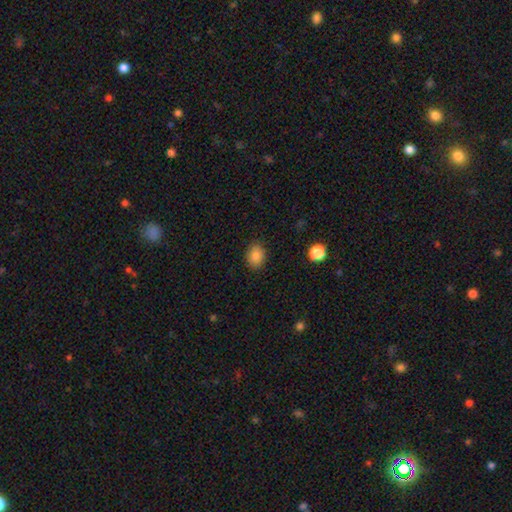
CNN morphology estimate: Q: Smooth or featured?
A: smooth (84%); runner-up: star or artifact (9%)
Q: How rounded?
A: in between (60%); runner-up: round (39%)
Q: Merging?
A: none (87%); runner-up: minor disturbance (10%)